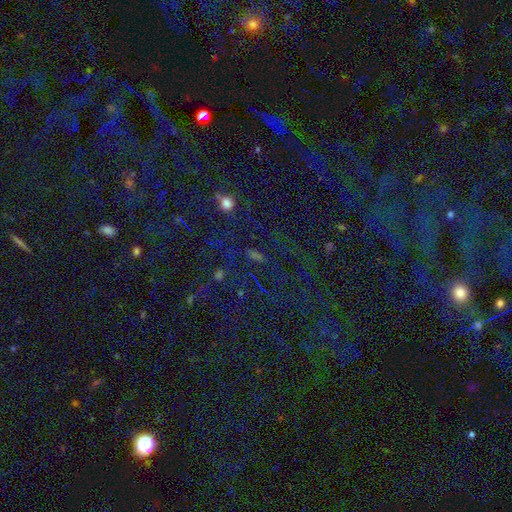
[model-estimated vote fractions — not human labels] Smooth or featured?
  - star or artifact: 58% *
  - smooth: 29%
  - featured or disk: 12%